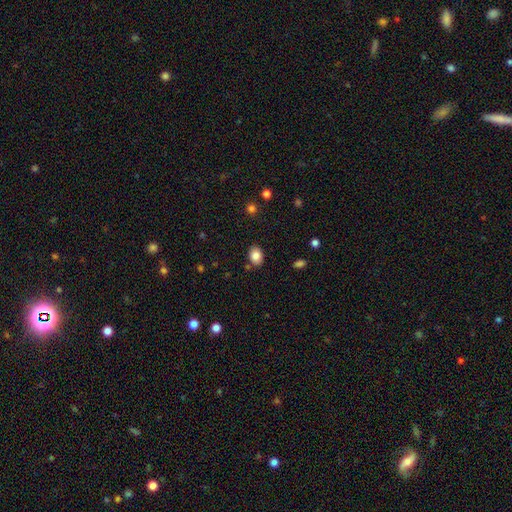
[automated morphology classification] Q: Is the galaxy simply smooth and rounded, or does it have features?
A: smooth — 85%.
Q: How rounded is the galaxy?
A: in between — 70%.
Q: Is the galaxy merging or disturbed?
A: none — 84%.